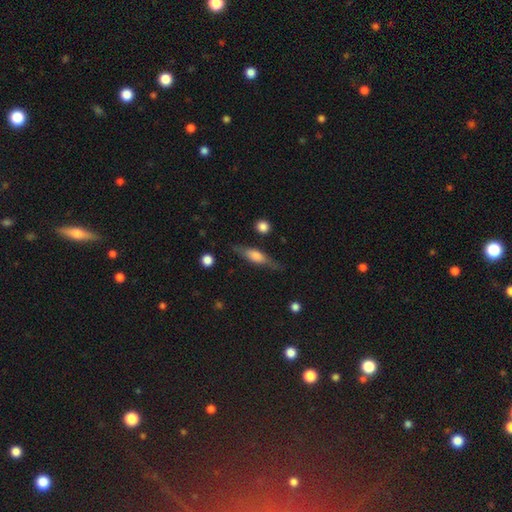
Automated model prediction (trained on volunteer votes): This appears to be a featured or disk galaxy (51%) viewed edge-on (91%). Merging: none (77%).